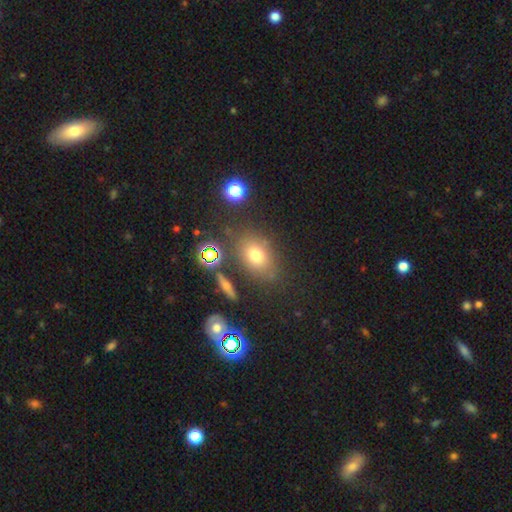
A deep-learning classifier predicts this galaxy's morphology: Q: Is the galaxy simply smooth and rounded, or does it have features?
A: smooth — 61%.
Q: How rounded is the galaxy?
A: in between — 63%.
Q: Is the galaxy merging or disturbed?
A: none — 75%.